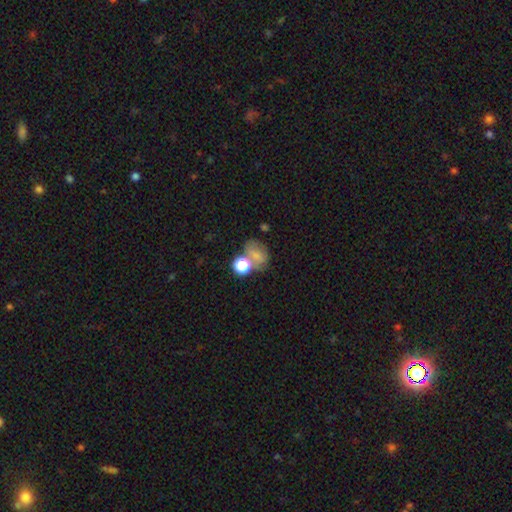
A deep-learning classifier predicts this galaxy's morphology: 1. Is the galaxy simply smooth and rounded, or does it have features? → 63% smooth, 20% star or artifact, 17% featured or disk.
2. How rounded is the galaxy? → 57% in between, 42% round, 1% cigar-shaped.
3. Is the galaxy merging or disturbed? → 41% none, 27% merger, 19% minor disturbance, 14% major disturbance.